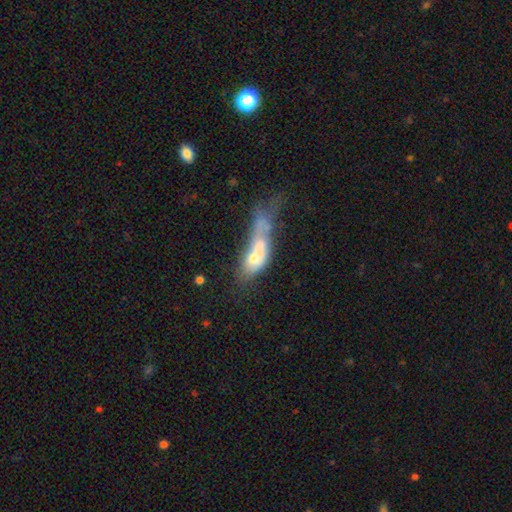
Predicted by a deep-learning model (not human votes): This appears to be a smooth galaxy with no disk features (51%) that is in between round and cigar-shaped (62%). Merging: merger (46%).